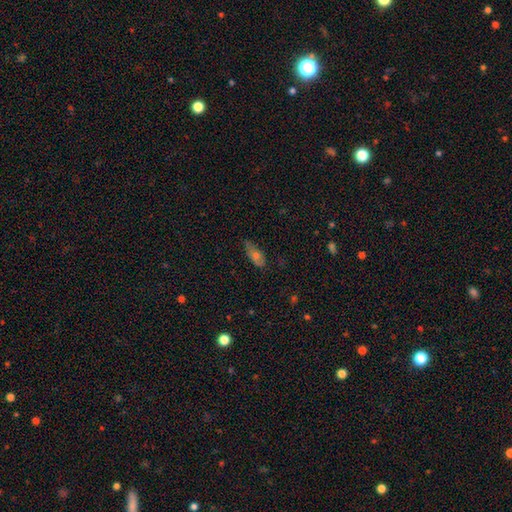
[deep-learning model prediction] Morphology: type=smooth (53%); roundness=in between (68%); merging=none (69%).